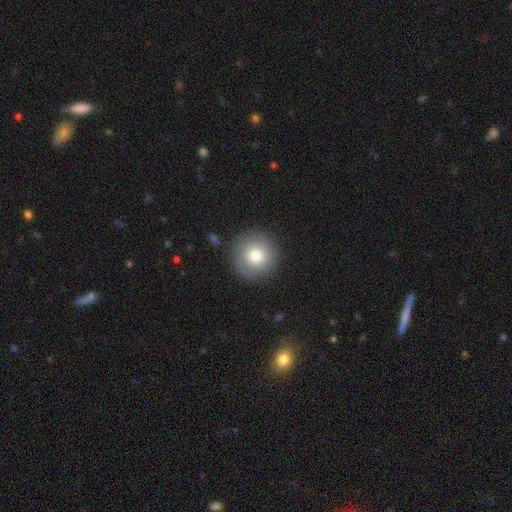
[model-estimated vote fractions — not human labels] Morphology: type=smooth (75%); roundness=round (96%); merging=none (87%).